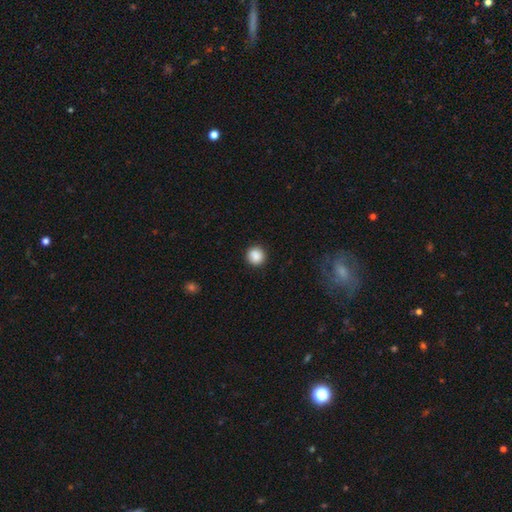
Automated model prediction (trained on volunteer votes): Smooth or featured? Predicted: smooth (p=0.88). How rounded? Predicted: round (p=0.94). Merging? Predicted: none (p=0.91).